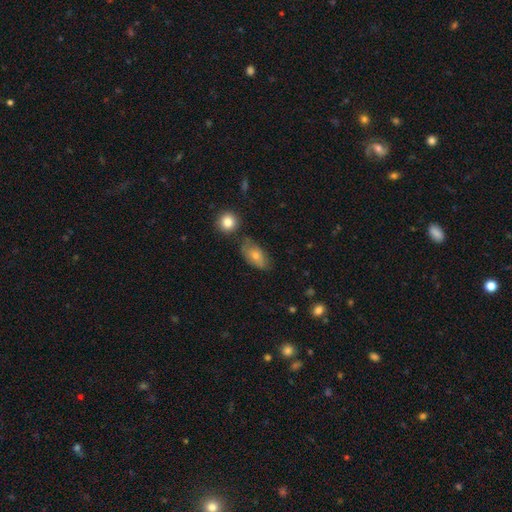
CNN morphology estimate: type=smooth (72%); roundness=in between (88%); merging=none (60%).